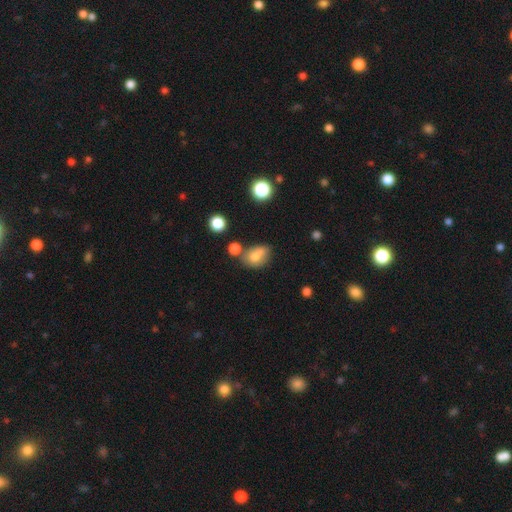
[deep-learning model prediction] Smooth or featured: smooth — 73% (featured or disk — 16%)
How rounded: in between — 64% (round — 35%)
Merging: none — 43% (minor disturbance — 24%)